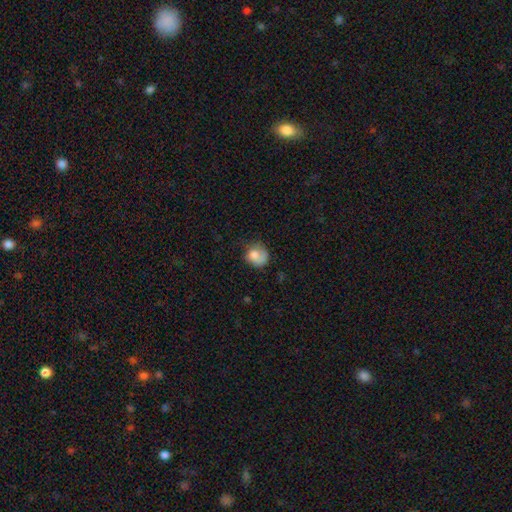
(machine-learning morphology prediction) Smooth or featured?
  - smooth: 73% *
  - featured or disk: 19%
  - star or artifact: 8%
How rounded?
  - round: 68% *
  - in between: 31%
  - cigar-shaped: 1%
Merging?
  - none: 44% *
  - minor disturbance: 30%
  - major disturbance: 22%
  - merger: 4%